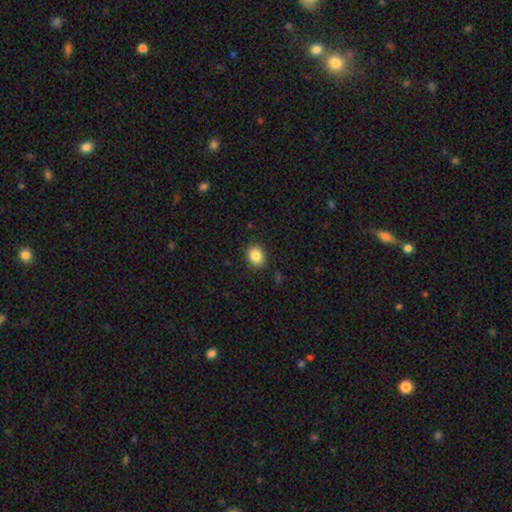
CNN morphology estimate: Overall: smooth (86%). How rounded: in between (50%; round 49%). Merging: none (89%).